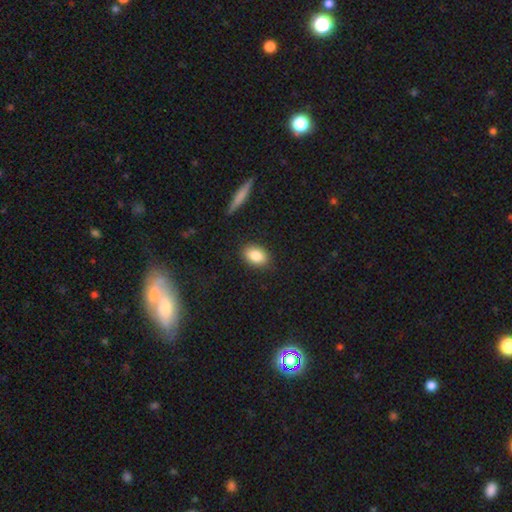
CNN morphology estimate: Overall: smooth (85%). How rounded: in between (83%). Merging: none (87%).